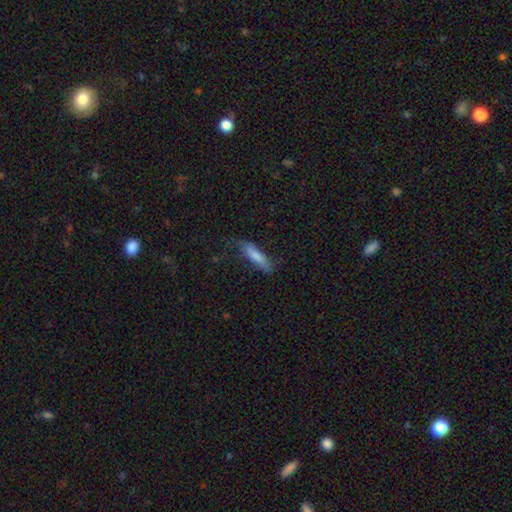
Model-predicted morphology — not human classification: Smooth or featured: smooth — 68% (featured or disk — 25%)
How rounded: cigar-shaped — 76% (in between — 22%)
Merging: none — 64% (minor disturbance — 25%)